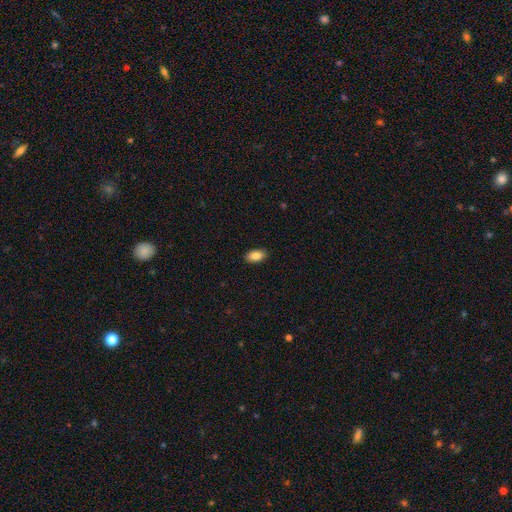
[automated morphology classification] The model was most divided on "smooth or featured": smooth: 87%, star or artifact: 7%, featured or disk: 5%. More confident: how rounded — in between (93%); merging — none (90%).